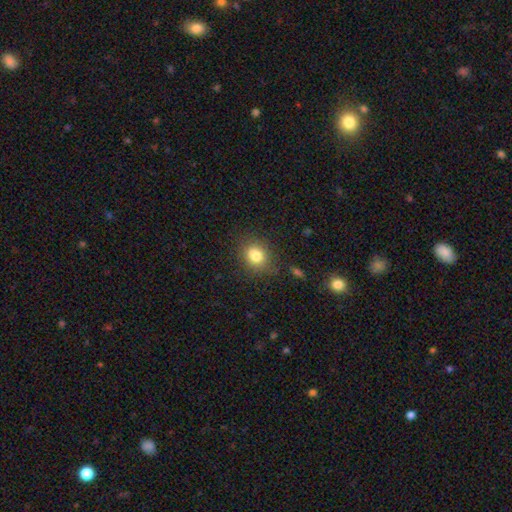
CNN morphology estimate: smooth_or_featured: smooth (p=0.81) [alt: star or artifact p=0.11]
how_rounded: round (p=0.59) [alt: in between p=0.40]
merging: none (p=0.77) [alt: minor disturbance p=0.15]